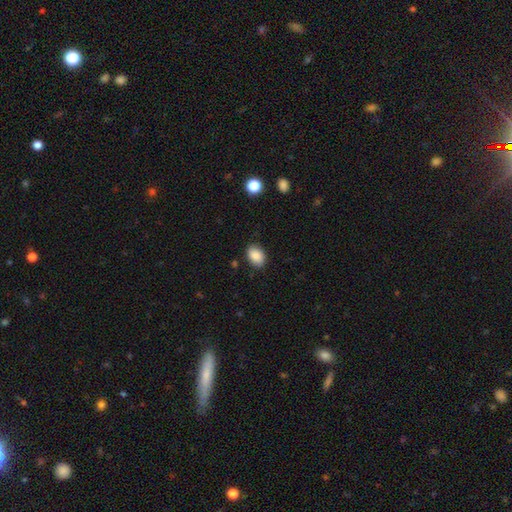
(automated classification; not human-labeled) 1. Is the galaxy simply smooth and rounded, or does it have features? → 88% smooth, 8% star or artifact, 4% featured or disk.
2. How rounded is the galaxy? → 80% in between, 18% round, 1% cigar-shaped.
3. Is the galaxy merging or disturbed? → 85% none, 11% minor disturbance, 3% major disturbance, 1% merger.